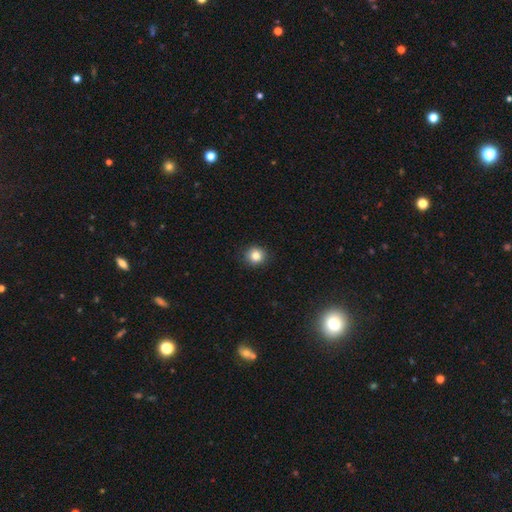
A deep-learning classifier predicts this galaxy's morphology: A smooth galaxy with no disk features (84%) that is round (91%). Merging: none (90%).